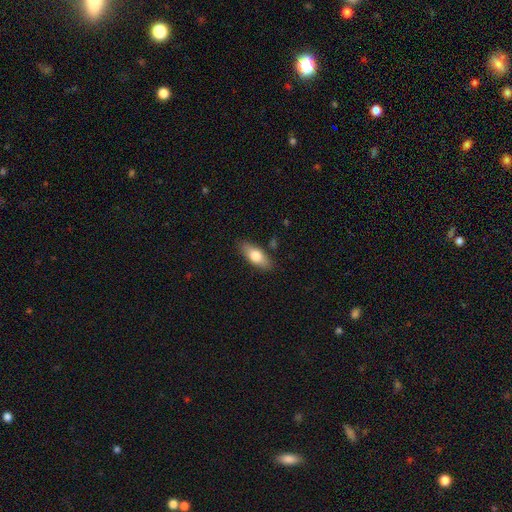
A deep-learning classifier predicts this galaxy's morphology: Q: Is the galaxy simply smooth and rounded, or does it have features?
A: smooth — 72%.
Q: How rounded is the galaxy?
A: in between — 76%.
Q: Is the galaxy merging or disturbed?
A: none — 85%.